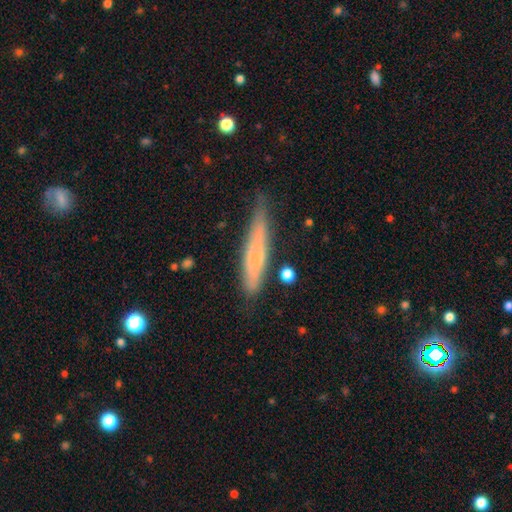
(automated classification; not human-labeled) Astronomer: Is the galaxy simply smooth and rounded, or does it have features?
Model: smooth — 57% (runner-up: featured or disk, 36%).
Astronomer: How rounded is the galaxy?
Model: cigar-shaped — 88%.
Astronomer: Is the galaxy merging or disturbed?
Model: none — 67%.